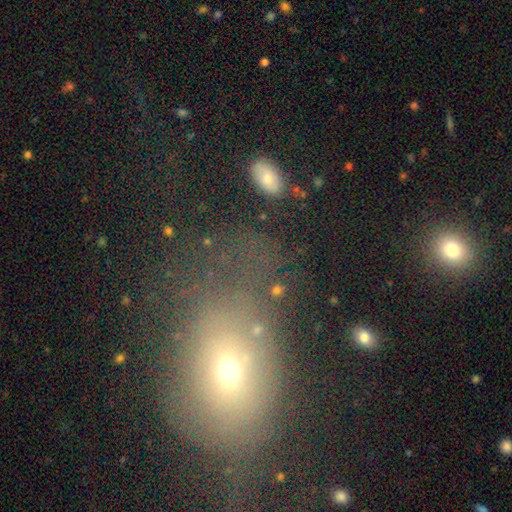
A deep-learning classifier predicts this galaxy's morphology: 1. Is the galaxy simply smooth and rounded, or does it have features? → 56% smooth, 23% star or artifact, 21% featured or disk.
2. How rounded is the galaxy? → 64% in between, 33% round, 3% cigar-shaped.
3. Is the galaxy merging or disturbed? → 49% none, 23% major disturbance, 19% minor disturbance, 8% merger.